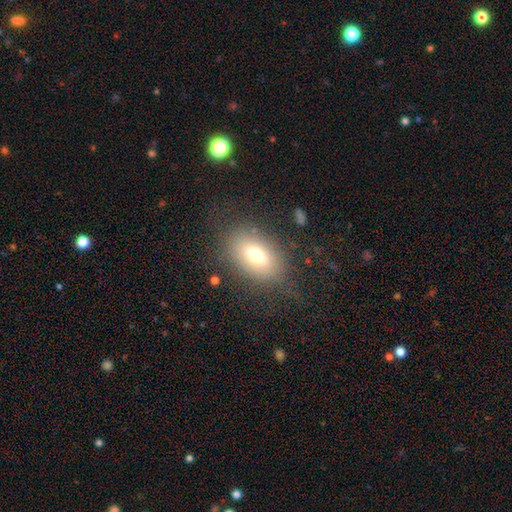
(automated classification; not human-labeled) This appears to be a smooth galaxy with no disk features (71%) that is in between round and cigar-shaped (85%). Merging: none (75%).